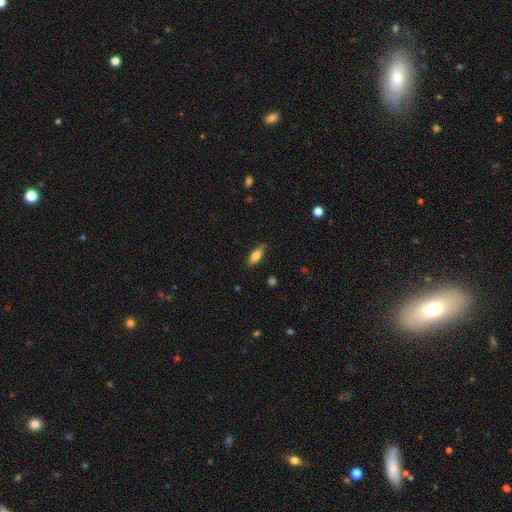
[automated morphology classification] Smooth or featured: smooth — 73% (featured or disk — 20%)
How rounded: in between — 68% (cigar-shaped — 30%)
Merging: none — 82% (minor disturbance — 14%)